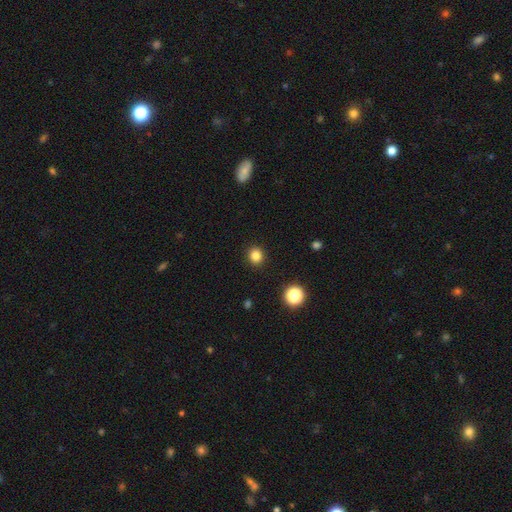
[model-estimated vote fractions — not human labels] Smooth or featured? Predicted: smooth (p=0.83). How rounded? Predicted: round (p=0.87). Merging? Predicted: none (p=0.91).